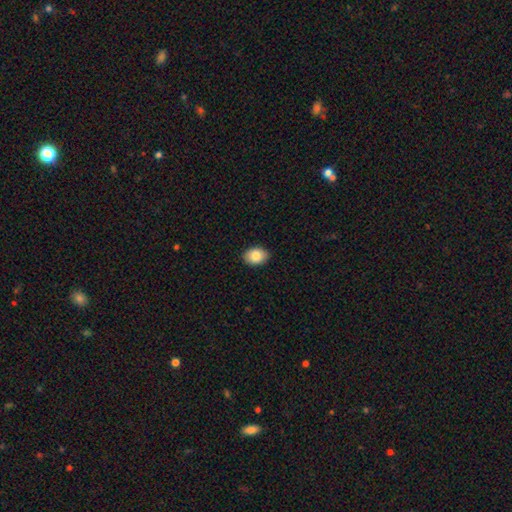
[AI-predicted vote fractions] Smooth or featured? smooth (85%)
How rounded? in between (80%)
Merging? none (90%)